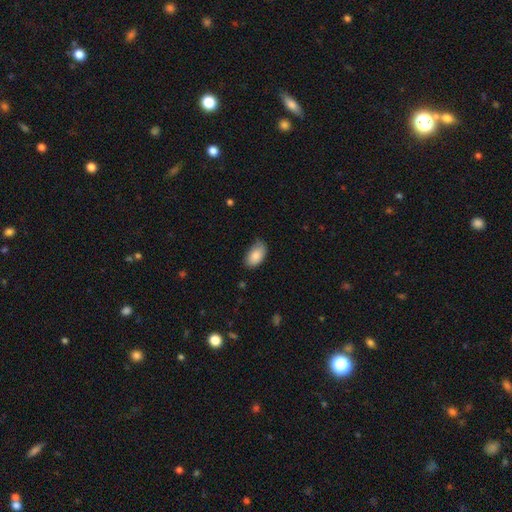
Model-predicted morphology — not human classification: This appears to be a smooth galaxy with no disk features (85%) that is in between round and cigar-shaped (94%). Merging: none (67%).